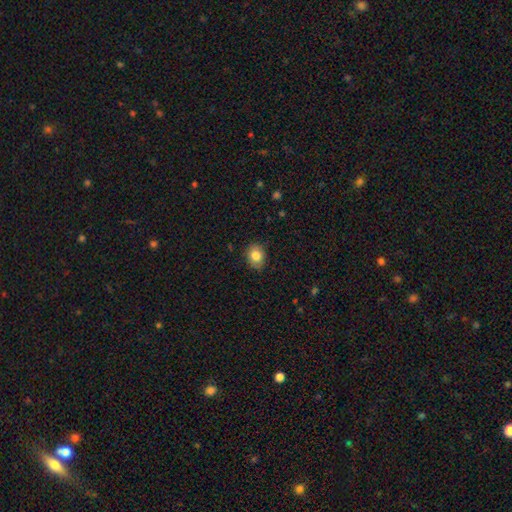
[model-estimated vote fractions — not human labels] smooth 83%, star or artifact 8%, featured or disk 8%. Down the decision tree: how rounded — in between (52%); merging — none (85%).